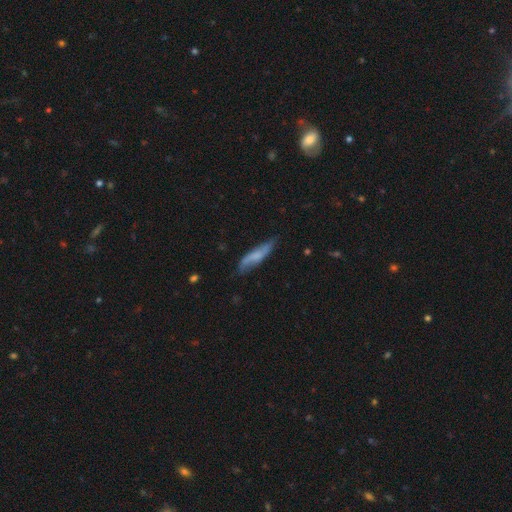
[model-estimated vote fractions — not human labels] Smooth or featured? Predicted: smooth (p=0.52). How rounded? Predicted: cigar-shaped (p=0.73). Merging? Predicted: none (p=0.66).